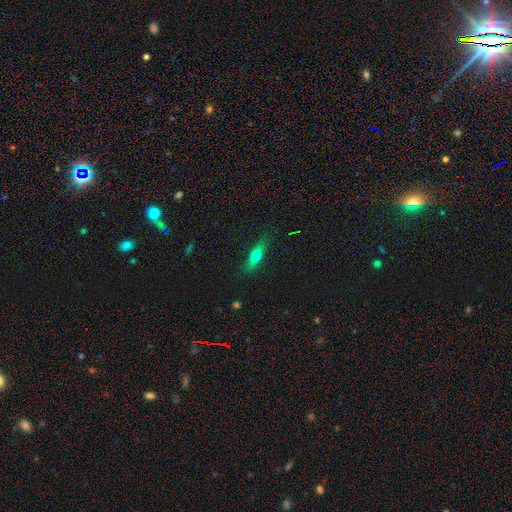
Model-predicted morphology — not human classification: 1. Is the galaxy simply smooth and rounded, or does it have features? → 61% smooth, 30% featured or disk, 8% star or artifact.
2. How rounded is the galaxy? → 61% cigar-shaped, 35% in between, 4% round.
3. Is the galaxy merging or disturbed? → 84% none, 12% minor disturbance, 3% major disturbance, 1% merger.